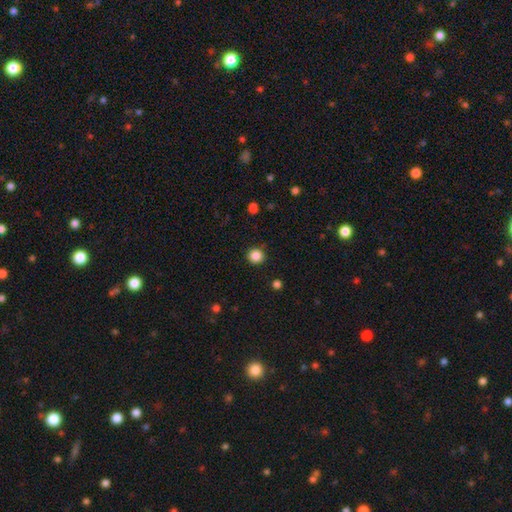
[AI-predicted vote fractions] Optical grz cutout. It shows a smooth galaxy with no disk features (86%) that is round (93%). Merging: none (90%).